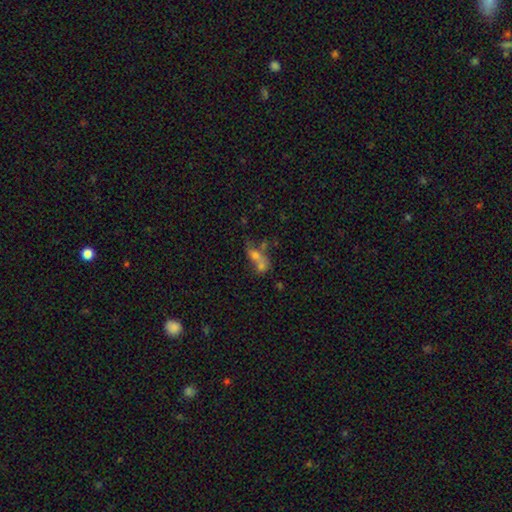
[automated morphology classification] Smooth or featured: smooth — 58% (featured or disk — 27%)
How rounded: in between — 62% (round — 28%)
Merging: merger — 62% (none — 21%)